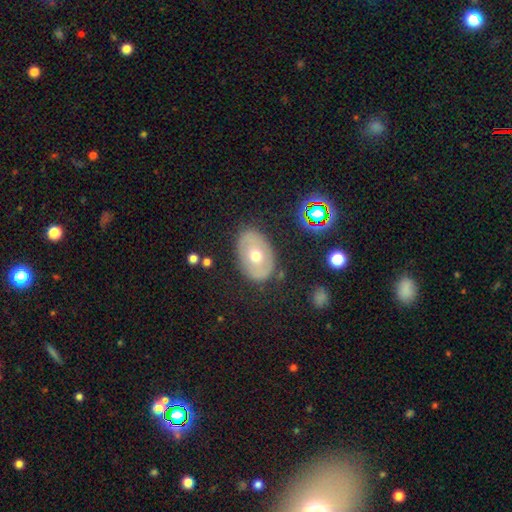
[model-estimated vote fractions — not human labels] Smooth or featured?
  - smooth: 46% *
  - featured or disk: 44%
  - star or artifact: 10%
Merging?
  - none: 80% *
  - minor disturbance: 13%
  - major disturbance: 5%
  - merger: 2%